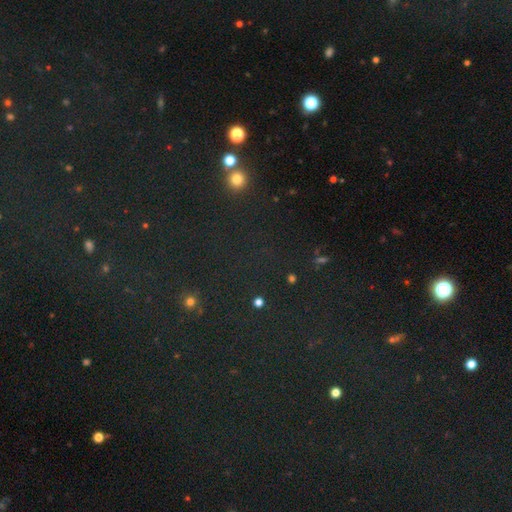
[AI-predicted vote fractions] This is likely a star or artifact rather than a galaxy (76%).